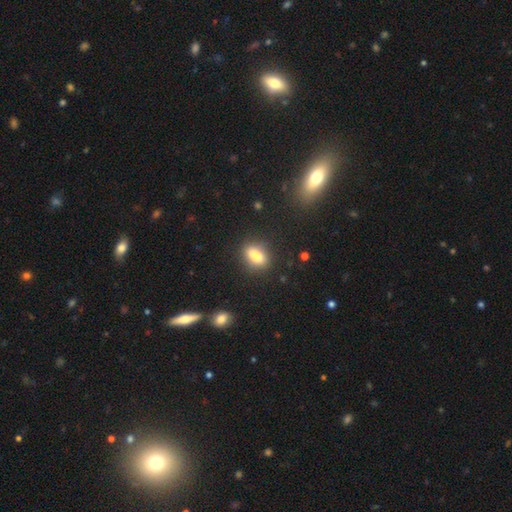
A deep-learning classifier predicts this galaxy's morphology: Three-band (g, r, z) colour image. It shows a smooth galaxy with no disk features (79%) that is in between round and cigar-shaped (75%). Merging: none (84%).